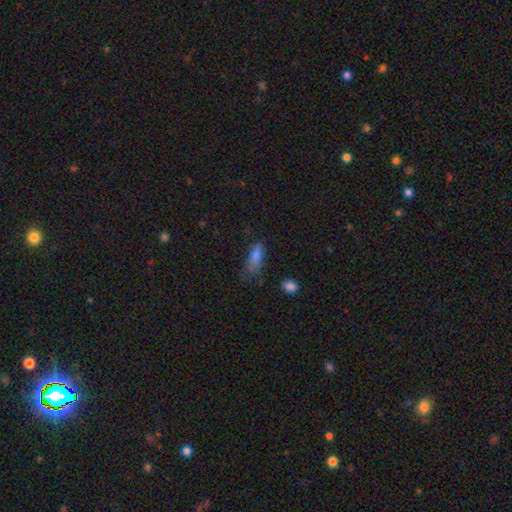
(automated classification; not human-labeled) The model was most divided on "merging": none: 41%, minor disturbance: 34%, major disturbance: 21%, merger: 4%. More confident: smooth or featured — smooth (75%); how rounded — in between (69%).